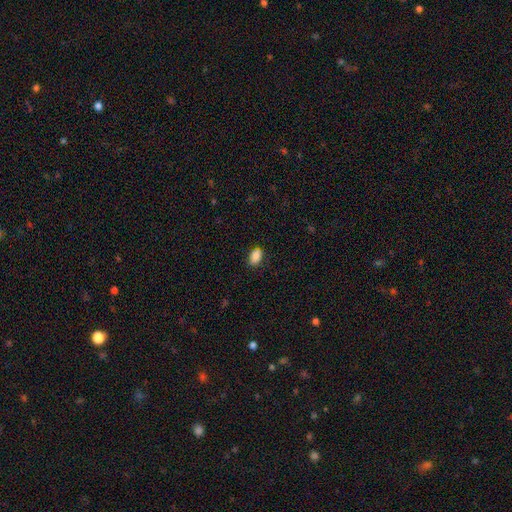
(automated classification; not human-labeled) A smooth galaxy with no disk features (86%) that is in between round and cigar-shaped (88%). Merging: none (83%).